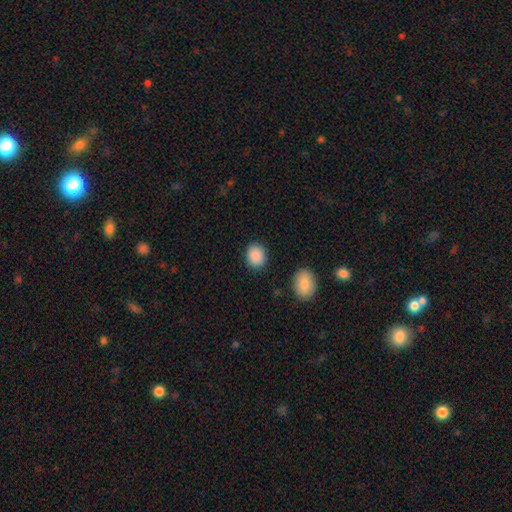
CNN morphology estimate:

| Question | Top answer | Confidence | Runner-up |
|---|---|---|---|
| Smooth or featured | smooth | 89% | star or artifact (8%) |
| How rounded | round | 60% | in between (39%) |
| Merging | none | 87% | minor disturbance (9%) |